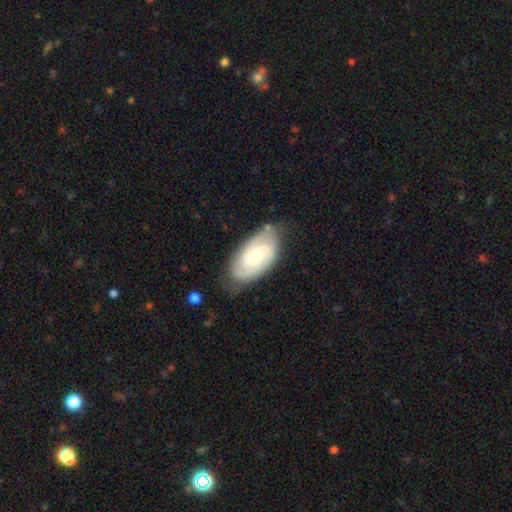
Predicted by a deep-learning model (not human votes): A featured or disk galaxy (80%) with no bar (59%), 2 (61%) tight (52%) spiral arms (96%) and a moderate central bulge (56%).

Vote fractions:
- Smooth or featured? featured or disk: 80% / smooth: 15% / star or artifact: 5%
- Edge-on disk? no: 96% / yes: 4%
- Bar? no: 59% / weak: 35% / strong: 6%
- Spiral arms? yes: 96% / no: 4%
- Spiral winding? tight: 52% / medium: 39% / loose: 9%
- Spiral arm count? 2: 61% / 3: 18% / can't tell: 14% / 4: 3% / 1: 3% / more than 4: 2%
- Bulge size? moderate: 56% / small: 38% / large: 4% / none: 1% / dominant: 1%
- Merging? none: 74% / minor disturbance: 19% / major disturbance: 5% / merger: 2%